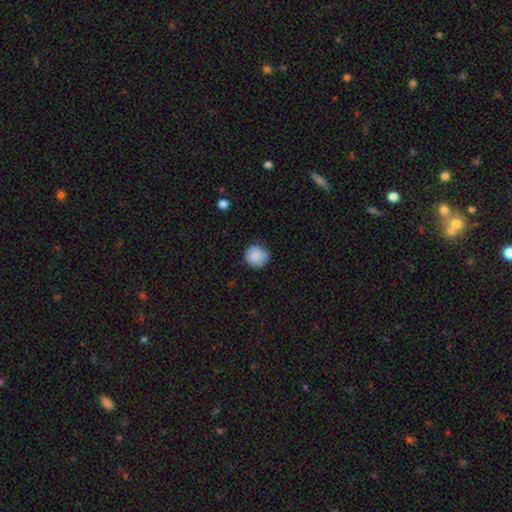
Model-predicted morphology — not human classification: A smooth galaxy with no disk features (84%) that is round (92%). Merging: none (76%).